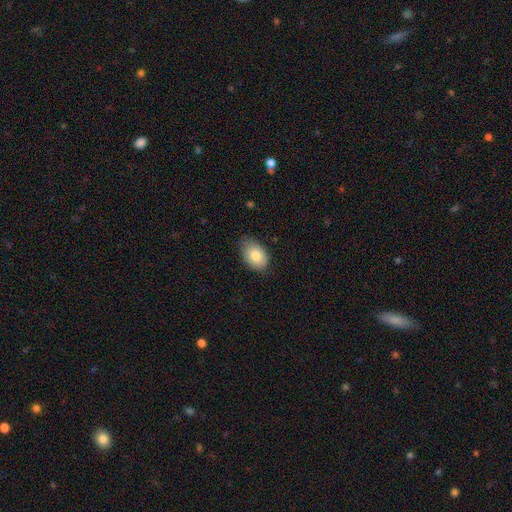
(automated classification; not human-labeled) smooth_or_featured: smooth (p=0.81) [alt: featured or disk p=0.12]
how_rounded: in between (p=0.87) [alt: round p=0.12]
merging: none (p=0.71) [alt: minor disturbance p=0.25]